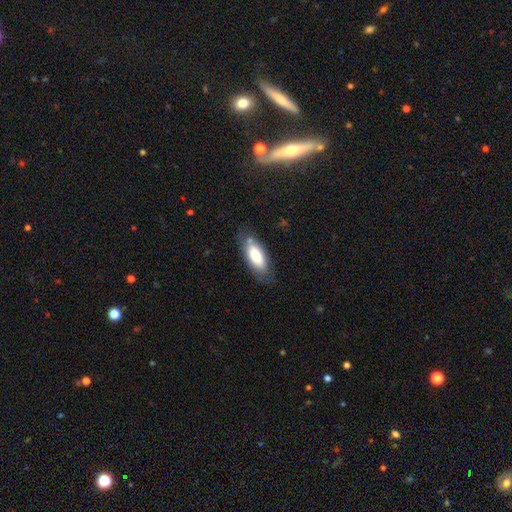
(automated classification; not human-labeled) Smooth or featured? Predicted: smooth (p=0.76). How rounded? Predicted: in between (p=0.79). Merging? Predicted: none (p=0.73).